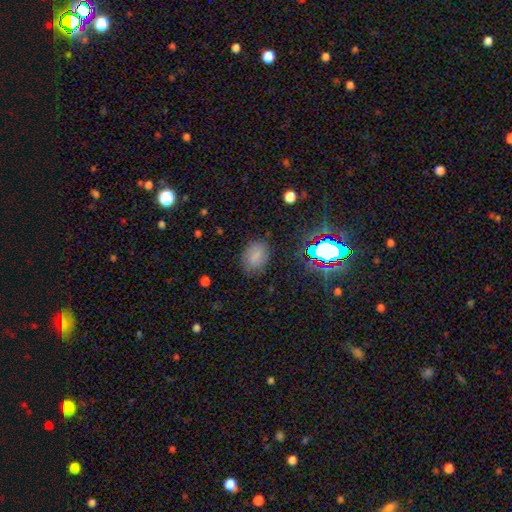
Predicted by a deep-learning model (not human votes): Smooth or featured?
  - smooth: 72% *
  - star or artifact: 19%
  - featured or disk: 9%
How rounded?
  - in between: 67% *
  - round: 31%
  - cigar-shaped: 1%
Merging?
  - none: 78% *
  - minor disturbance: 15%
  - major disturbance: 5%
  - merger: 2%